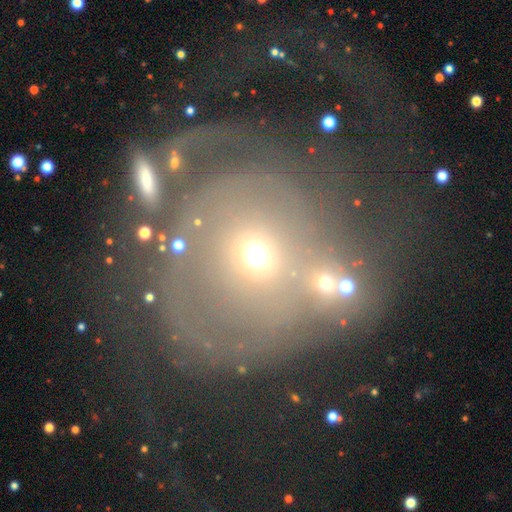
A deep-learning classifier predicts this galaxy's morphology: Smooth or featured? featured or disk (44%)
Merging? none (38%)